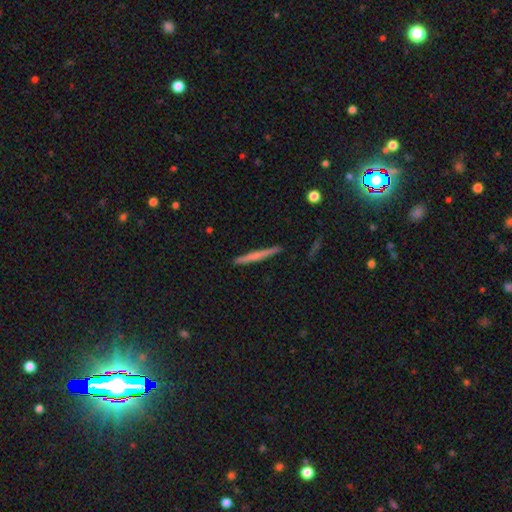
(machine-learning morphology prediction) Overall: smooth (50%; featured or disk 44%). Merging: none (91%).